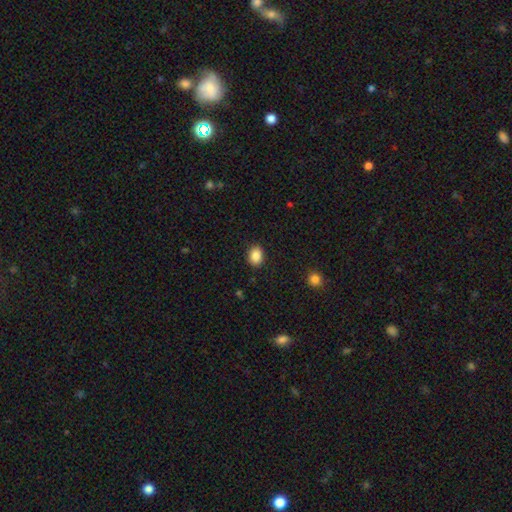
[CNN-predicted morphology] smooth_or_featured: smooth (p=0.87) [alt: star or artifact p=0.09]
how_rounded: in between (p=0.60) [alt: round p=0.40]
merging: none (p=0.90) [alt: minor disturbance p=0.07]